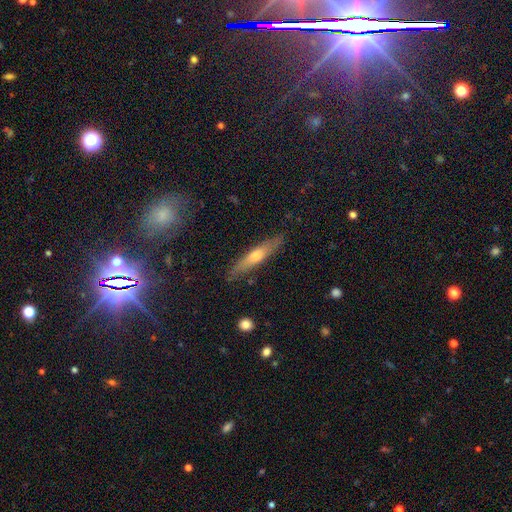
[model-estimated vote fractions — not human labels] Morphology: type=featured or disk (49%); merging=none (86%).